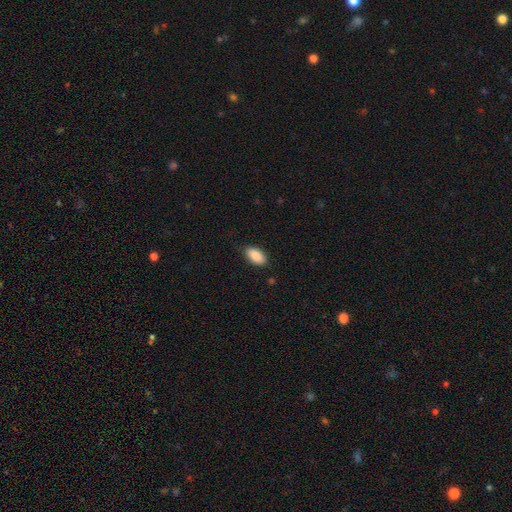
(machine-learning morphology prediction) This is clearly a smooth galaxy (90%). How rounded: clearly in between (94%). Merging: clearly none (83%).